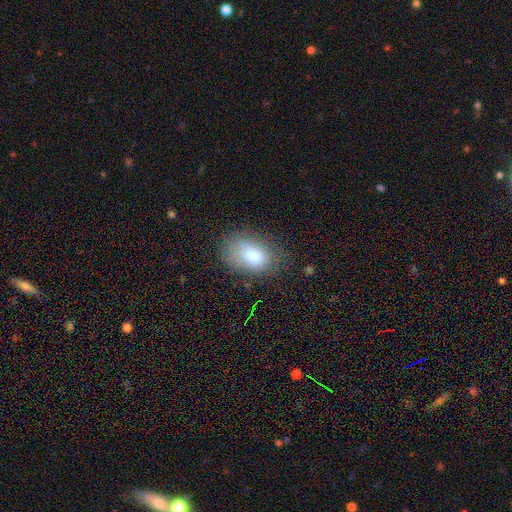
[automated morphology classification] type=smooth (81%); roundness=in between (85%); merging=none (67%).